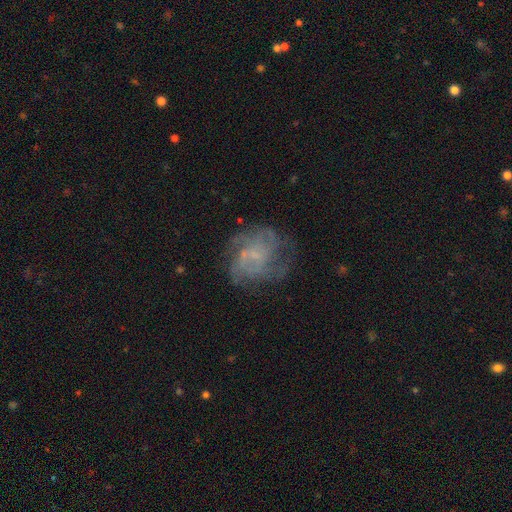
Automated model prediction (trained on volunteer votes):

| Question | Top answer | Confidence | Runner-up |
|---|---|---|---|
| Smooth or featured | featured or disk | 70% | smooth (18%) |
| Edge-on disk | no | 98% | yes (2%) |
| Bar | no | 65% | weak (30%) |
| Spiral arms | yes | 80% | no (20%) |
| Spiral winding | medium | 41% | tight (40%) |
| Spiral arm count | can't tell | 42% | 3 (19%) |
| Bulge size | small | 53% | none (33%) |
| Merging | none | 64% | minor disturbance (19%) |